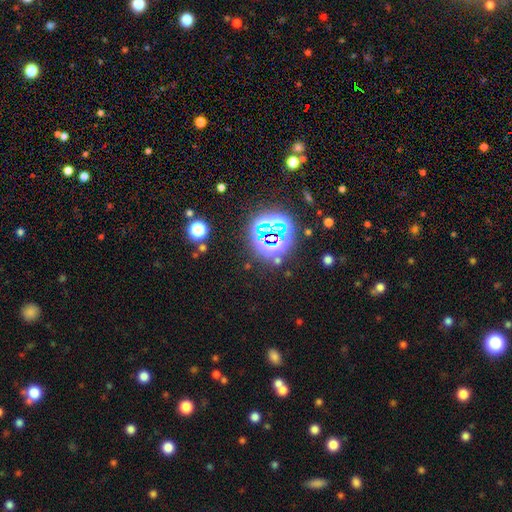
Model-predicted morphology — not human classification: star or artifact 84%, smooth 10%, featured or disk 6%.